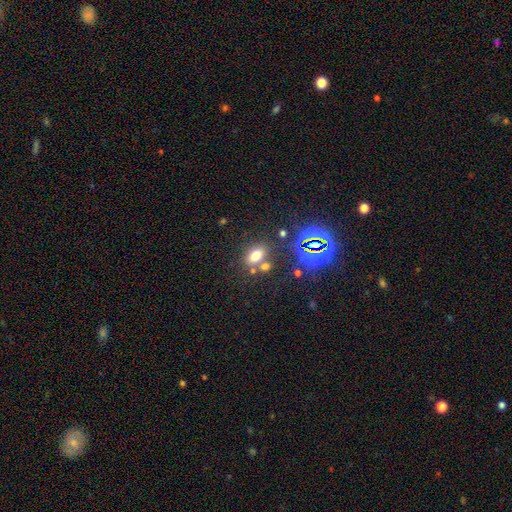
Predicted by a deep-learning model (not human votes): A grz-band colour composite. It shows a smooth galaxy with no disk features (68%) that is in between round and cigar-shaped (78%). Merging: none (63%).